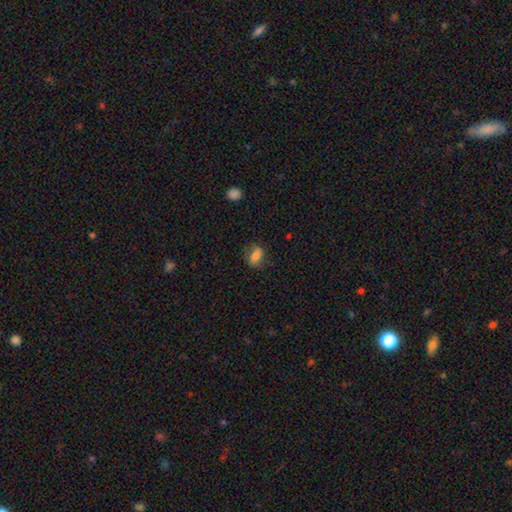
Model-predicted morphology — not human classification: smooth-or-featured: smooth: 77% | featured or disk: 14% | star or artifact: 9%
  how-rounded: in between: 80% | round: 15% | cigar-shaped: 5%
  merging: none: 73% | minor disturbance: 19% | major disturbance: 6% | merger: 1%